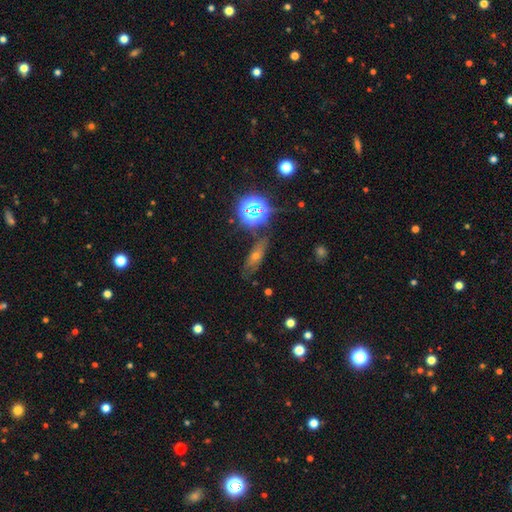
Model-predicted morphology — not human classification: Q: Smooth or featured?
A: star or artifact (38%); runner-up: smooth (33%)